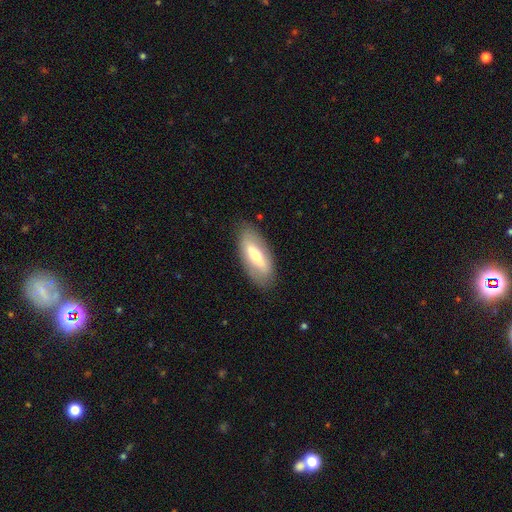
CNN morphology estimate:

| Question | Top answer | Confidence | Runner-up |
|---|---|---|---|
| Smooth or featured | featured or disk | 48% | smooth (46%) |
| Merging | none | 83% | minor disturbance (12%) |